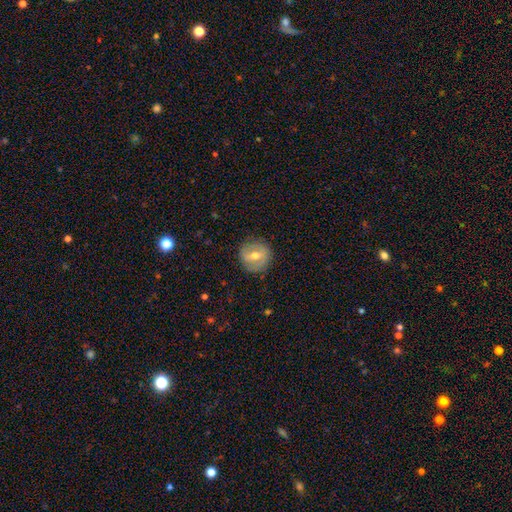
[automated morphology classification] This appears to be a featured or disk galaxy (47%). Merging: none (84%).